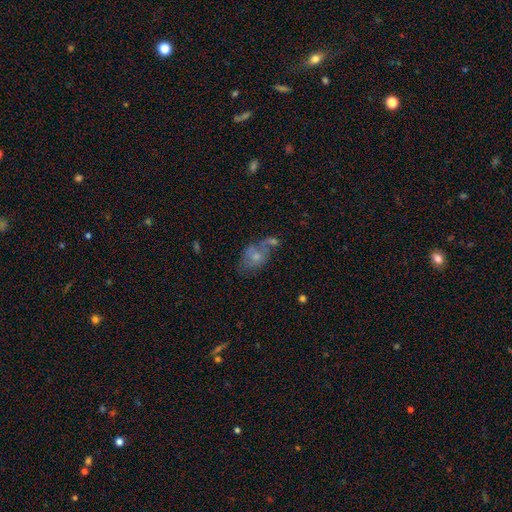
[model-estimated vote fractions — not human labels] smooth-or-featured: smooth: 53% | featured or disk: 37% | star or artifact: 11%
  how-rounded: in between: 77% | round: 21% | cigar-shaped: 2%
  merging: merger: 31% | none: 30% | minor disturbance: 21% | major disturbance: 19%